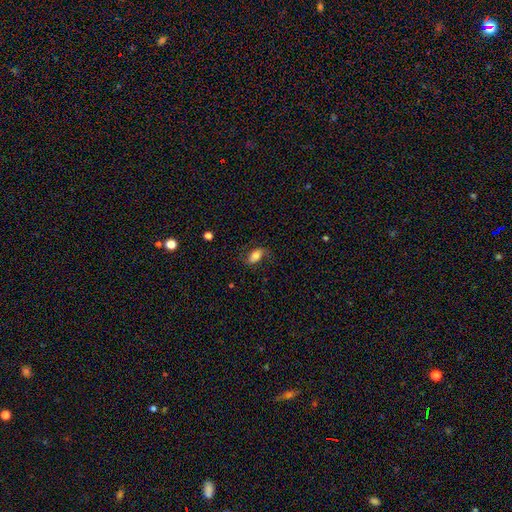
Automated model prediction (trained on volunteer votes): Smooth or featured?
  - smooth: 63% *
  - featured or disk: 29%
  - star or artifact: 9%
How rounded?
  - in between: 86% *
  - round: 8%
  - cigar-shaped: 6%
Merging?
  - none: 68% *
  - minor disturbance: 20%
  - major disturbance: 10%
  - merger: 1%